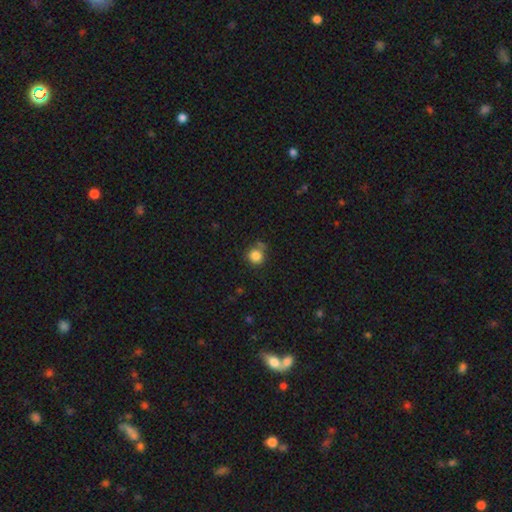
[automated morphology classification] A smooth galaxy with no disk features (84%) that is round (90%).

Vote fractions:
- Smooth or featured? smooth: 84% / star or artifact: 11% / featured or disk: 5%
- How rounded? round: 90% / in between: 9% / cigar-shaped: 1%
- Merging? none: 72% / minor disturbance: 14% / merger: 10% / major disturbance: 4%